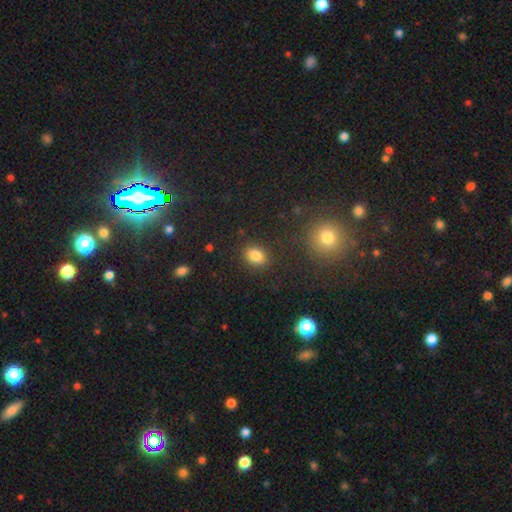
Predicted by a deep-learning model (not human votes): Smooth or featured: smooth — 84% (star or artifact — 11%)
How rounded: in between — 71% (round — 28%)
Merging: none — 86% (minor disturbance — 9%)